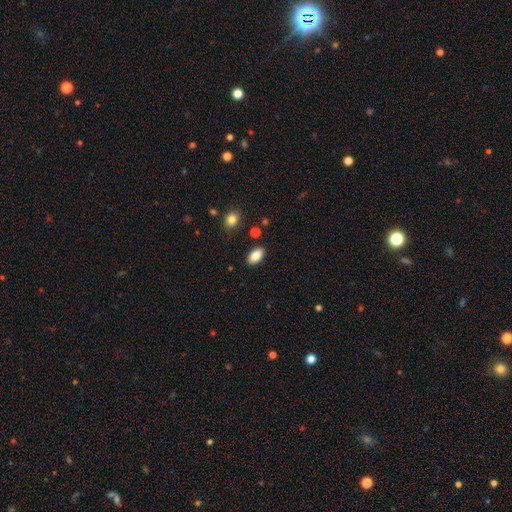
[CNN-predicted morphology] Smooth or featured?
  - smooth: 84% *
  - featured or disk: 8%
  - star or artifact: 8%
How rounded?
  - in between: 93% *
  - round: 5%
  - cigar-shaped: 2%
Merging?
  - none: 87% *
  - minor disturbance: 9%
  - major disturbance: 2%
  - merger: 2%